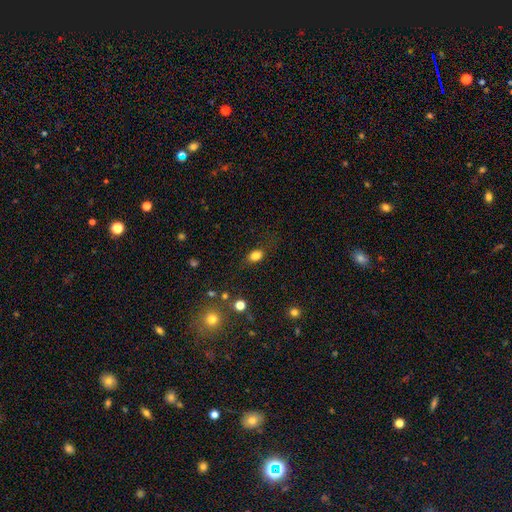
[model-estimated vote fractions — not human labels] This is clearly a smooth galaxy (82%). How rounded: likely in between (73%). Merging: likely none (75%).